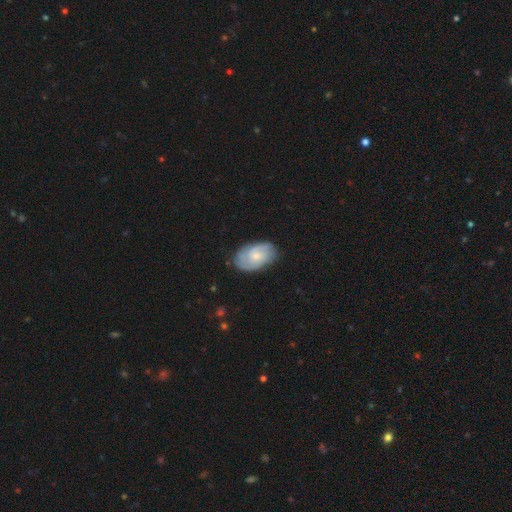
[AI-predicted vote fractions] This is possibly a featured or disk galaxy (48%). Merging: likely none (75%).